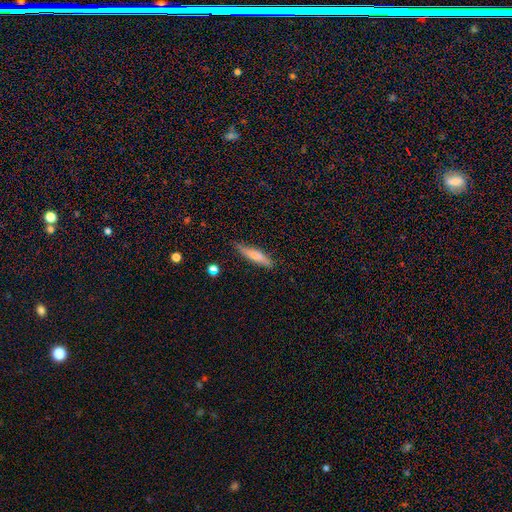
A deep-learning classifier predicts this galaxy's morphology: Overall: smooth (72%). How rounded: cigar-shaped (78%). Merging: none (81%).